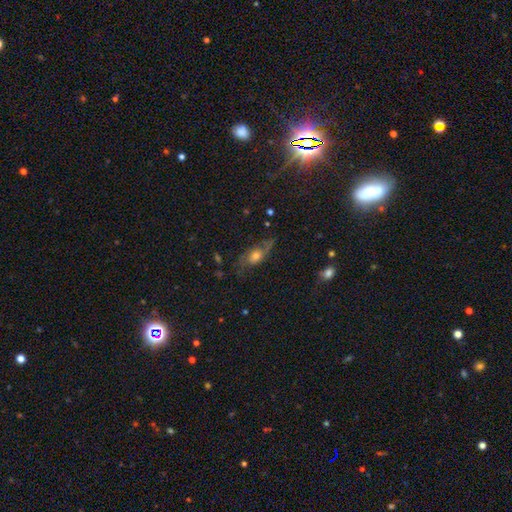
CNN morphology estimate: The model was most divided on "smooth or featured": featured or disk: 54%, smooth: 32%, star or artifact: 14%. More confident: edge-on disk — no (76%); merging — none (63%).